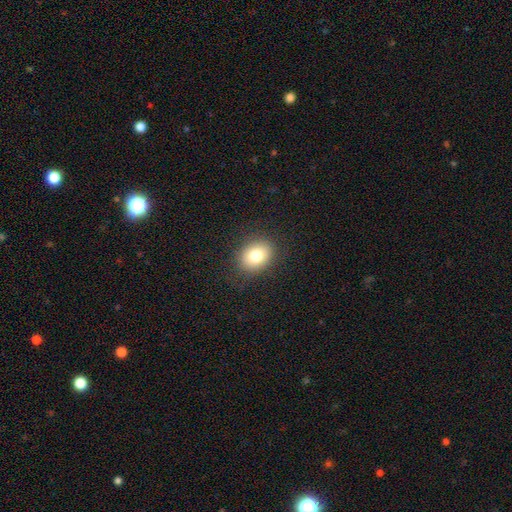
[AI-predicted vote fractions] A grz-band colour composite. It shows a smooth galaxy with no disk features (78%) that is in between round and cigar-shaped (53%). Merging: none (87%).